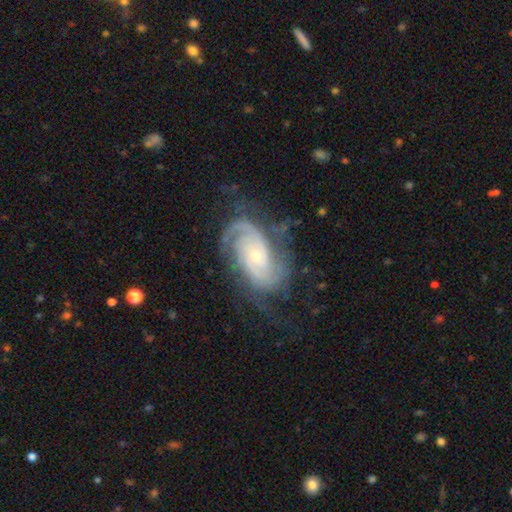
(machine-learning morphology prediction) featured or disk 89%, smooth 6%, star or artifact 5%. Down the decision tree: edge-on disk — no (96%); bar — no (67%); spiral arms — yes (97%); spiral arm count — 2 (47%); spiral winding — tight (53%); bulge size — small (71%); merging — none (64%).